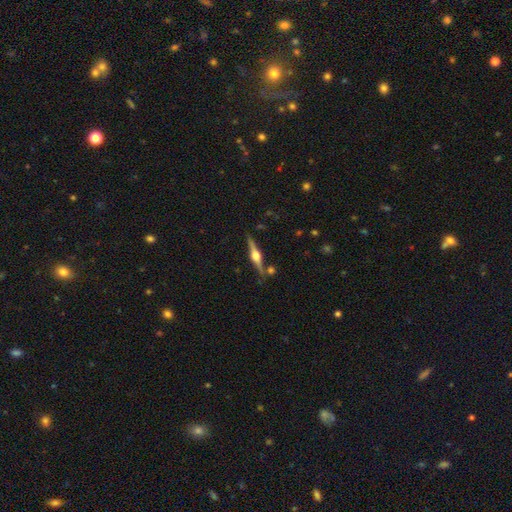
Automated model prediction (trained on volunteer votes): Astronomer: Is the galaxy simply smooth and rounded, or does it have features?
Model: featured or disk — 83%.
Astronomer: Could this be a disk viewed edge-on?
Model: yes — 98%.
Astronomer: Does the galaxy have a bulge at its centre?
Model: rounded — 95%.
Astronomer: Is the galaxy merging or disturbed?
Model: none — 82%.